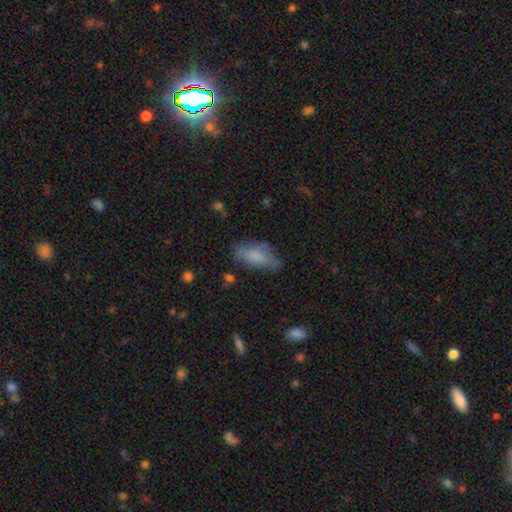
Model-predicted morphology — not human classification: Q: Smooth or featured?
A: smooth (76%); runner-up: featured or disk (16%)
Q: How rounded?
A: in between (86%); runner-up: cigar-shaped (11%)
Q: Merging?
A: none (58%); runner-up: minor disturbance (28%)